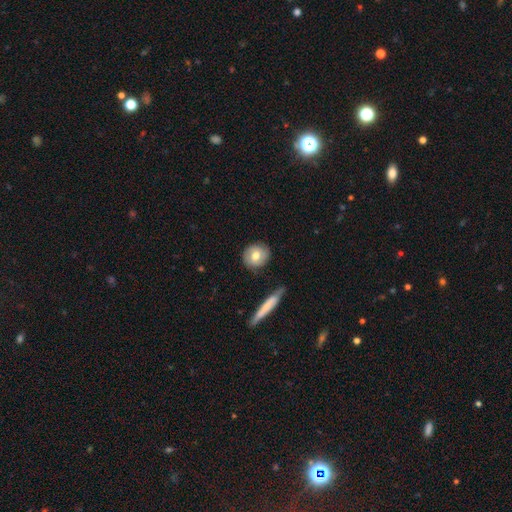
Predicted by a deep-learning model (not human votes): A smooth galaxy with no disk features (63%) that is round (81%).

Vote fractions:
- Smooth or featured? smooth: 63% / featured or disk: 31% / star or artifact: 6%
- How rounded? round: 81% / in between: 16% / cigar-shaped: 3%
- Merging? none: 82% / minor disturbance: 12% / major disturbance: 3% / merger: 2%